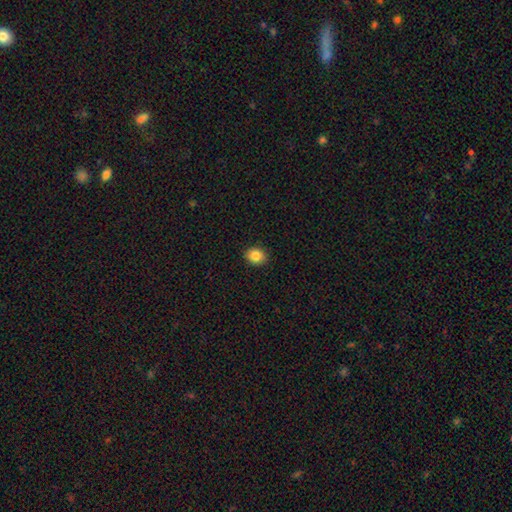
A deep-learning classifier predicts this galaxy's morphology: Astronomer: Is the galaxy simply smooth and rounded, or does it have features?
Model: smooth — 85%.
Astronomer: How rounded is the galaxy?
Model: round — 59% (runner-up: in between, 40%).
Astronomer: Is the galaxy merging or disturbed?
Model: none — 90%.